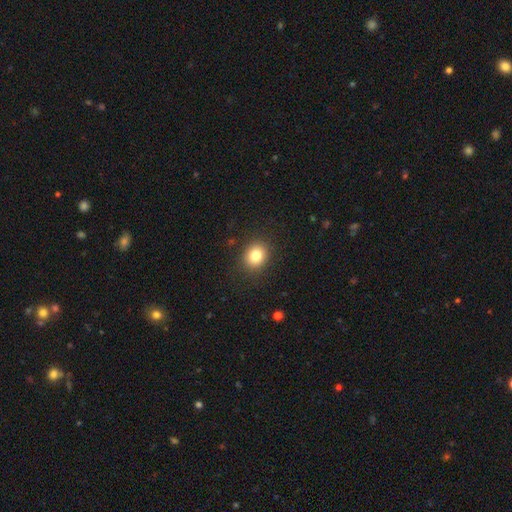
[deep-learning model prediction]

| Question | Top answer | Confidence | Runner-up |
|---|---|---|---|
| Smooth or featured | smooth | 82% | star or artifact (11%) |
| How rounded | round | 66% | in between (33%) |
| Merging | none | 89% | minor disturbance (8%) |